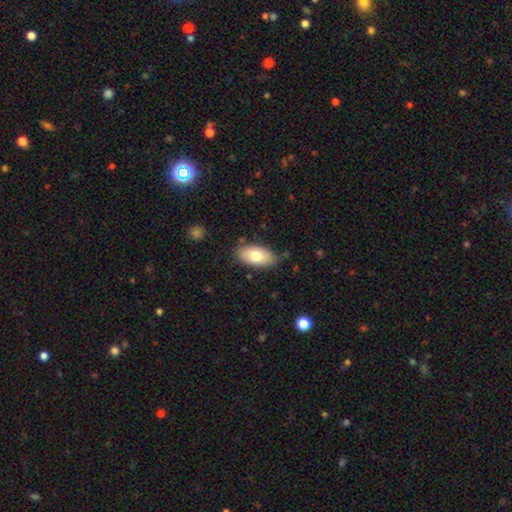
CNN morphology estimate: Overall: smooth (75%). How rounded: in between (94%). Merging: none (83%).